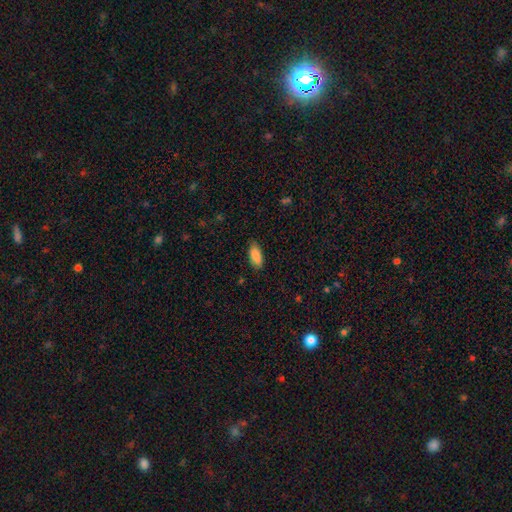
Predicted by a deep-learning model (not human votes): Morphology: type=smooth (89%); roundness=in between (85%); merging=none (83%).